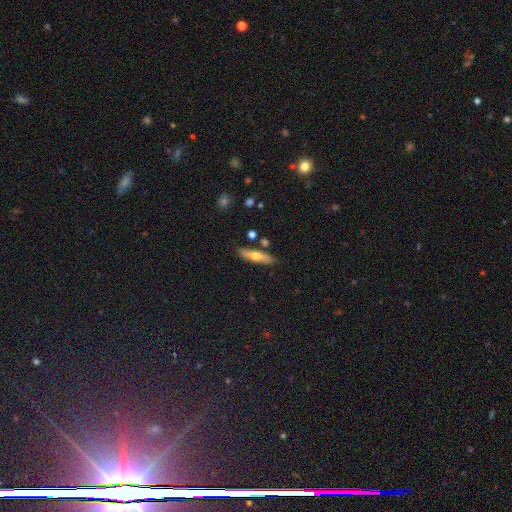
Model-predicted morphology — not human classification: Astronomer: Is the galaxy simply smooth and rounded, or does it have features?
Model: smooth — 56% (runner-up: featured or disk, 37%).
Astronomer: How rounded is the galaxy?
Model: cigar-shaped — 76%.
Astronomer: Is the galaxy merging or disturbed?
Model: none — 84%.